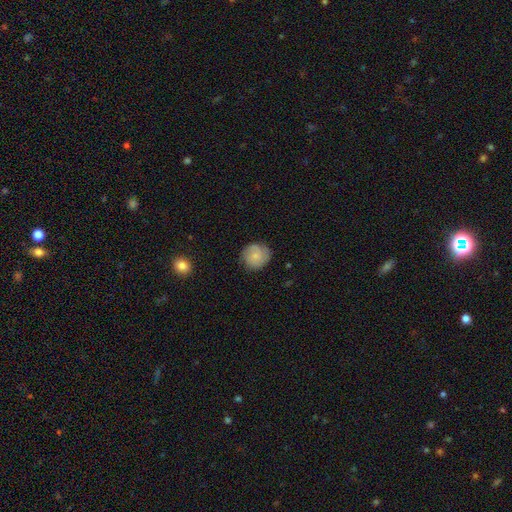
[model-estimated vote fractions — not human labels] Smooth or featured?
  - smooth: 65% *
  - featured or disk: 27%
  - star or artifact: 8%
How rounded?
  - round: 89% *
  - in between: 10%
  - cigar-shaped: 1%
Merging?
  - none: 80% *
  - minor disturbance: 15%
  - major disturbance: 4%
  - merger: 1%